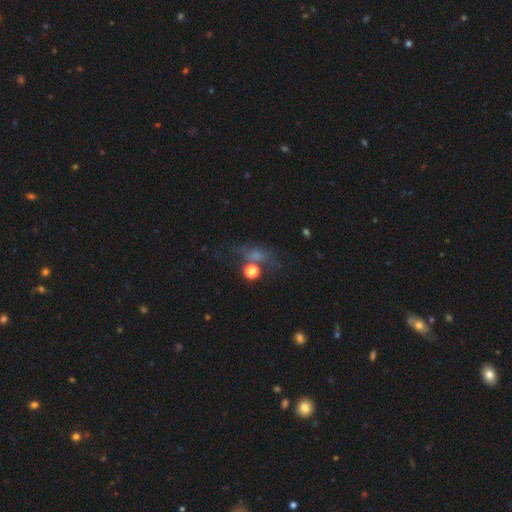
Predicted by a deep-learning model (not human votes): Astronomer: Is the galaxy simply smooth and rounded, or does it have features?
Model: smooth — 41% (runner-up: star or artifact, 34%).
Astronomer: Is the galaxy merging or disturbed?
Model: none — 50%.